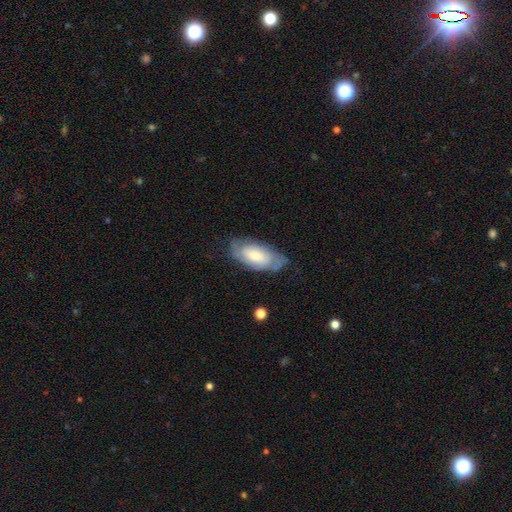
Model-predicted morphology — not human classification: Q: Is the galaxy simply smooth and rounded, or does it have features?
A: featured or disk — 49%.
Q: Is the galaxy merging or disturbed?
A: none — 67%.